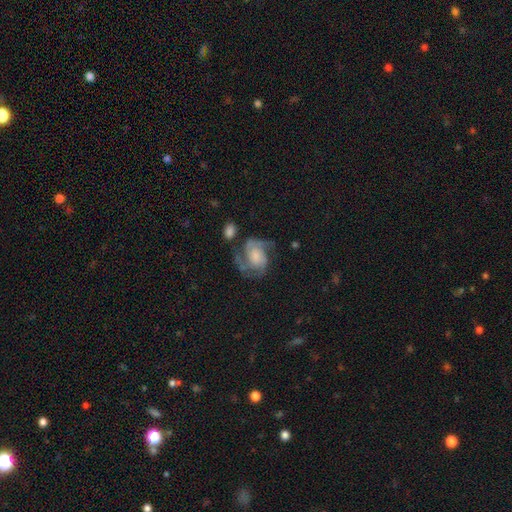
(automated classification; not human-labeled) Overall: featured or disk (77%). Edge-on disk: no (98%). Bar: no (64%; weak 30%). Spiral arms: yes (93%). Spiral arm count: 2 (67%). Spiral winding: medium (49%; tight 30%). Bulge size: large (26%; moderate 24%). Merging: none (48%; minor disturbance 23%).